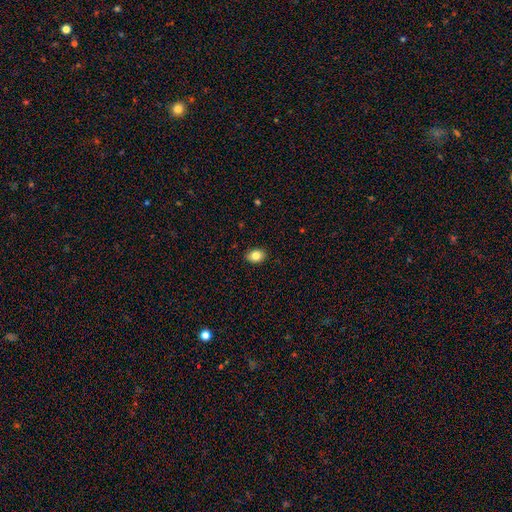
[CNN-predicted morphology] A smooth galaxy with no disk features (84%) that is in between round and cigar-shaped (66%).

Vote fractions:
- Smooth or featured? smooth: 84% / star or artifact: 9% / featured or disk: 7%
- How rounded? in between: 66% / round: 33% / cigar-shaped: 1%
- Merging? none: 90% / minor disturbance: 8% / major disturbance: 2% / merger: 1%